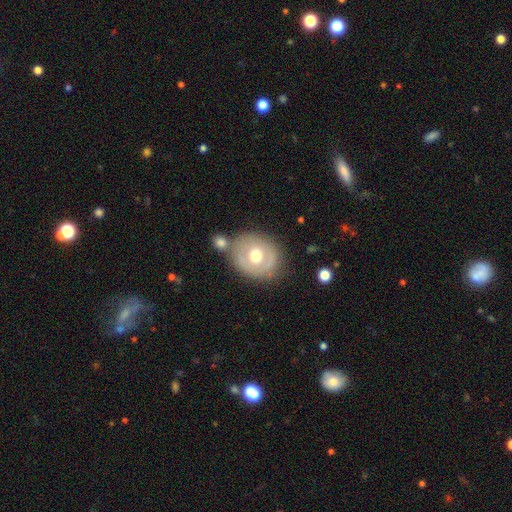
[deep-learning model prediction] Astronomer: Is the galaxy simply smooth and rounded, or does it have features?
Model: smooth — 51% (runner-up: featured or disk, 42%).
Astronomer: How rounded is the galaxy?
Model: round — 75%.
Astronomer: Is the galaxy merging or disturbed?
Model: none — 58%.